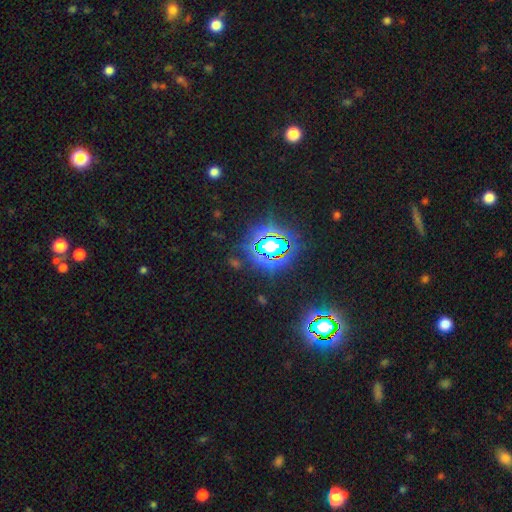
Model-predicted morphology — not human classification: smooth_or_featured: star or artifact (p=0.82) [alt: smooth p=0.11]